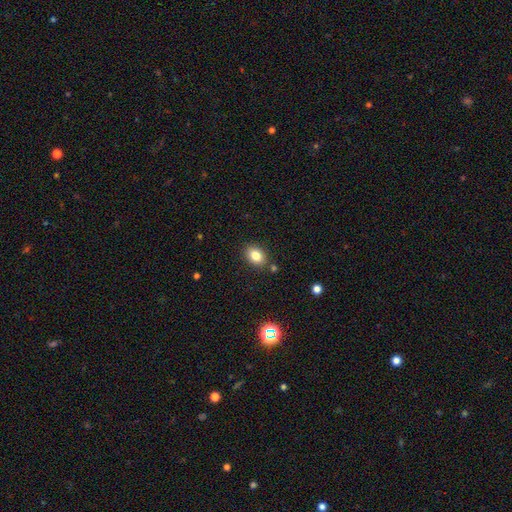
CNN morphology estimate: type=smooth (82%); roundness=in between (69%); merging=none (83%).